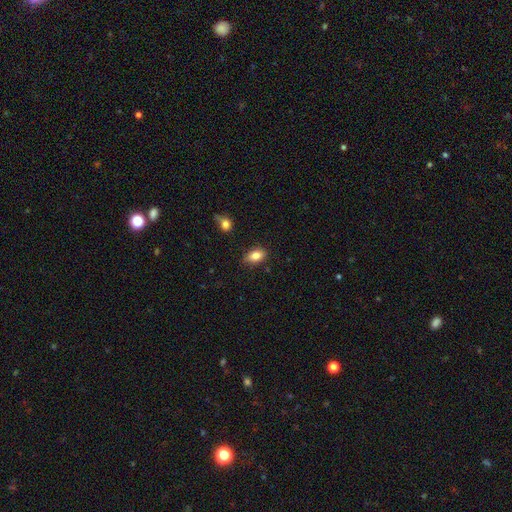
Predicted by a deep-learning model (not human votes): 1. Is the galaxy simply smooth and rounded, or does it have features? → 83% smooth, 9% featured or disk, 8% star or artifact.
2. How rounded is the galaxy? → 87% in between, 10% round, 3% cigar-shaped.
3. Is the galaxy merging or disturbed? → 82% none, 13% minor disturbance, 2% major disturbance, 2% merger.